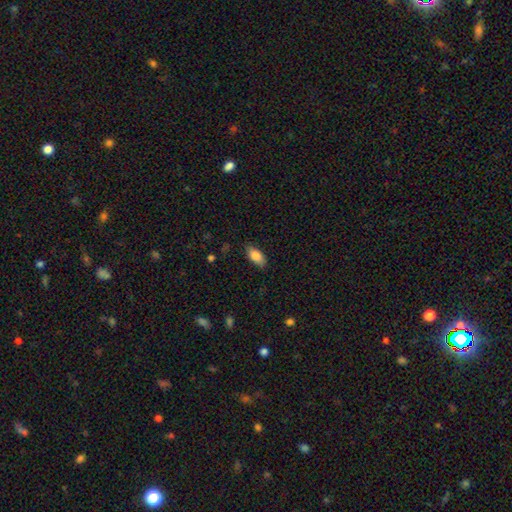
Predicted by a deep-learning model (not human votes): Smooth or featured?
  - smooth: 84% *
  - featured or disk: 9%
  - star or artifact: 7%
How rounded?
  - in between: 89% *
  - cigar-shaped: 7%
  - round: 3%
Merging?
  - none: 84% *
  - minor disturbance: 12%
  - major disturbance: 3%
  - merger: 1%